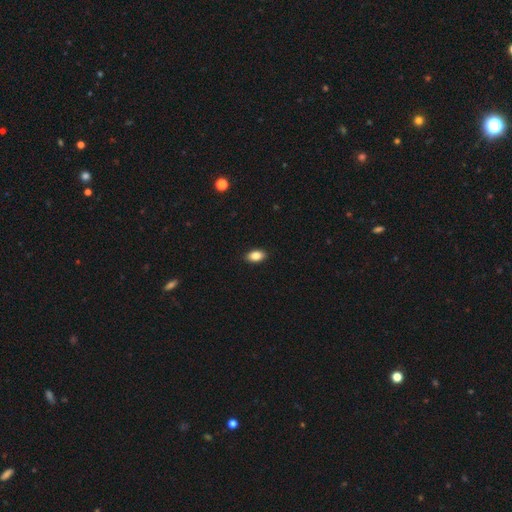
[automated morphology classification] Smooth or featured: smooth — 85% (star or artifact — 8%)
How rounded: in between — 91% (round — 7%)
Merging: none — 91% (minor disturbance — 7%)